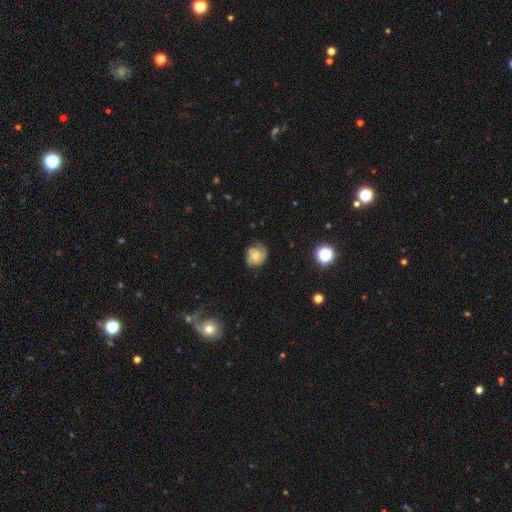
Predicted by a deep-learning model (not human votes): smooth-or-featured: featured or disk: 65% | smooth: 26% | star or artifact: 9%
  disk-edge-on: no: 98% | yes: 2%
    bar: no: 58% | weak: 35% | strong: 7%
    has-spiral-arms: yes: 93% | no: 7%
      spiral-winding: medium: 44% | tight: 43% | loose: 13%
      spiral-arm-count: 2: 62% | 3: 16% | can't tell: 14% | 1: 3% | 4: 3% | more than 4: 2%
    bulge-size: small: 46% | moderate: 43% | none: 7% | large: 3% | dominant: 1%
  merging: none: 77% | minor disturbance: 17% | major disturbance: 5% | merger: 1%